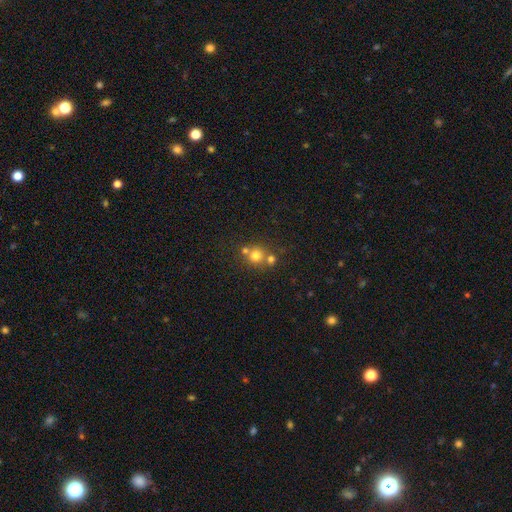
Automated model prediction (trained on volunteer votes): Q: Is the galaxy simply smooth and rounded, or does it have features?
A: smooth — 72%.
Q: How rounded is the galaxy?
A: round — 89%.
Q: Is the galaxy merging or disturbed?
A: none — 53%.